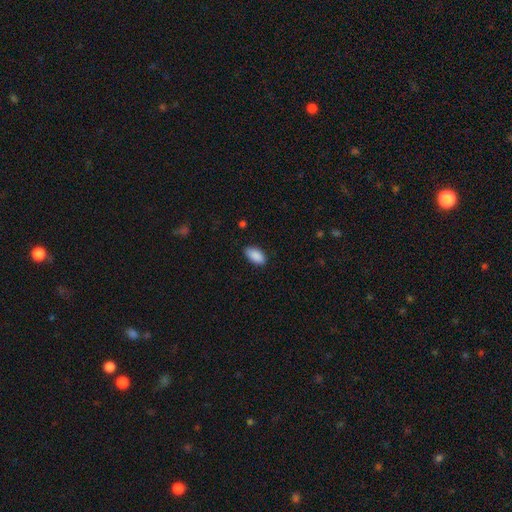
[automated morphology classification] Smooth or featured? Predicted: smooth (p=0.90). How rounded? Predicted: in between (p=0.94). Merging? Predicted: none (p=0.83).